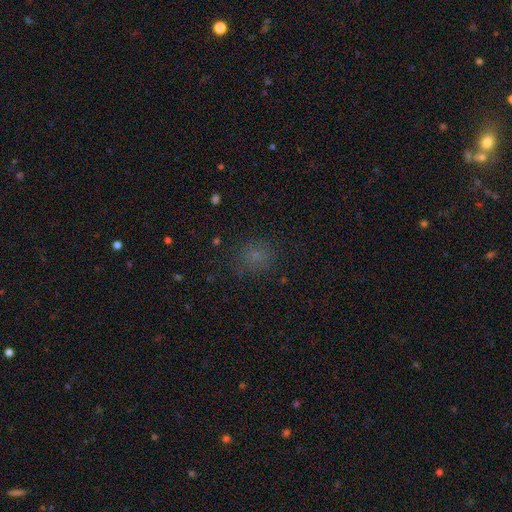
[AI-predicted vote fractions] This is likely a smooth galaxy (68%). How rounded: likely round (78%). Merging: likely none (79%).